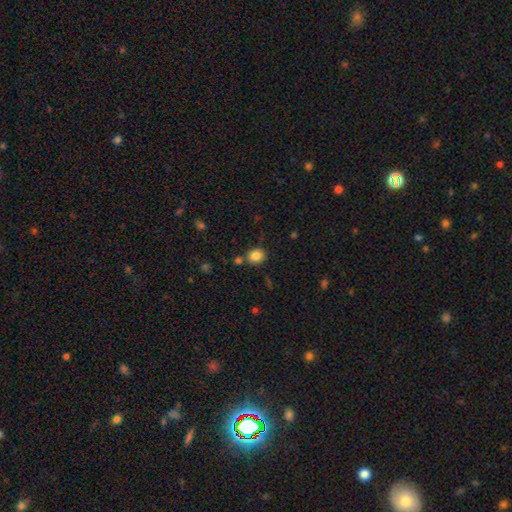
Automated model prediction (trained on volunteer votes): Smooth or featured? Predicted: smooth (p=0.85). How rounded? Predicted: round (p=0.72). Merging? Predicted: none (p=0.77).